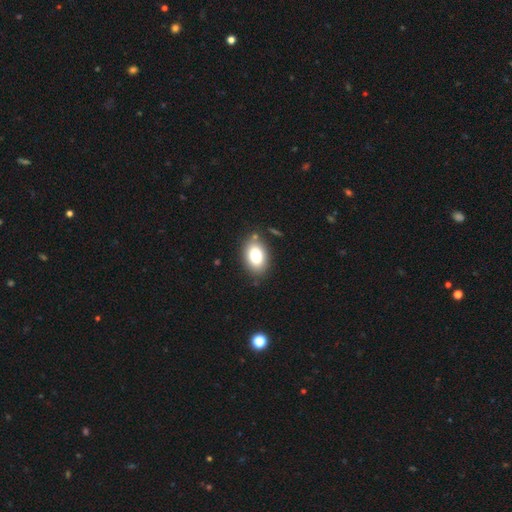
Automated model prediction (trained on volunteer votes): smooth_or_featured: smooth (p=0.81) [alt: featured or disk p=0.11]
how_rounded: in between (p=0.88) [alt: round p=0.11]
merging: none (p=0.83) [alt: minor disturbance p=0.11]